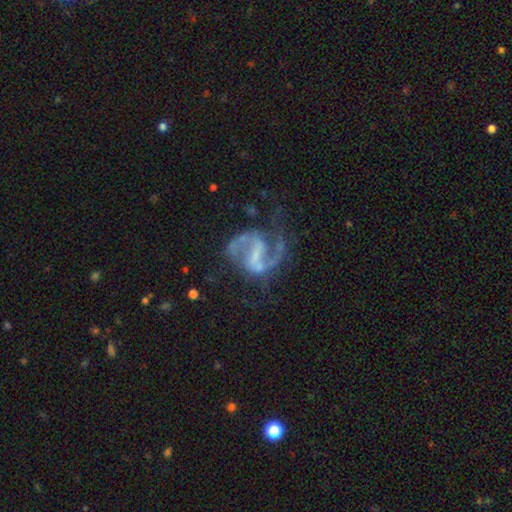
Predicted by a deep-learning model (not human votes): Smooth or featured? Predicted: featured or disk (p=0.89). Edge-on disk? Predicted: no (p=0.98). Bar? Predicted: weak (p=0.47). Spiral arms? Predicted: yes (p=0.95). Spiral winding? Predicted: medium (p=0.57). Spiral arm count? Predicted: 2 (p=0.89). Bulge size? Predicted: small (p=0.40). Merging? Predicted: none (p=0.56).